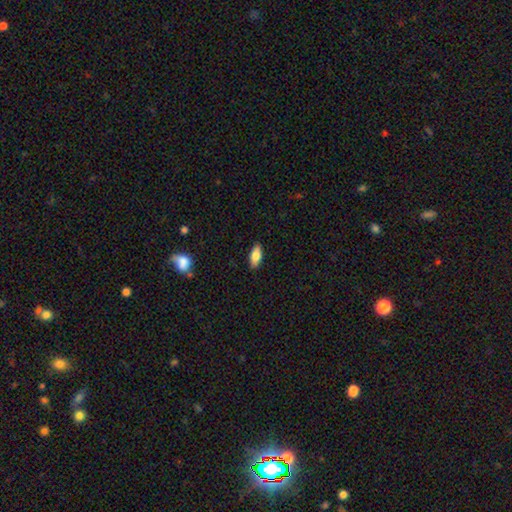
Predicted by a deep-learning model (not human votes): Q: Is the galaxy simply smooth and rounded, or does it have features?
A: smooth — 79%.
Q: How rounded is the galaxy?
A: in between — 83%.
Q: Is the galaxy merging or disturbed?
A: none — 88%.